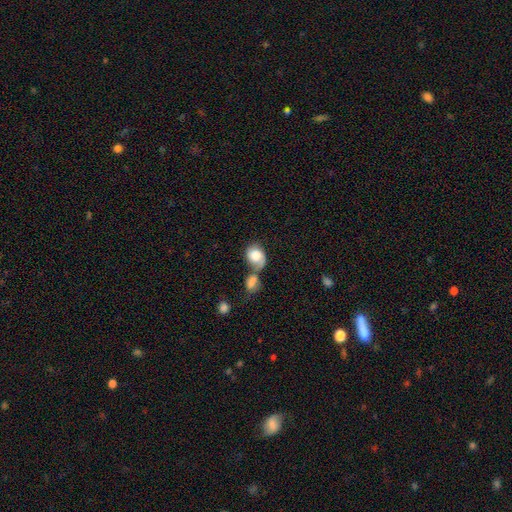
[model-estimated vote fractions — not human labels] The model was most divided on "how rounded": in between: 52%, round: 47%, cigar-shaped: 1%. More confident: smooth or featured — smooth (68%); merging — merger (59%).